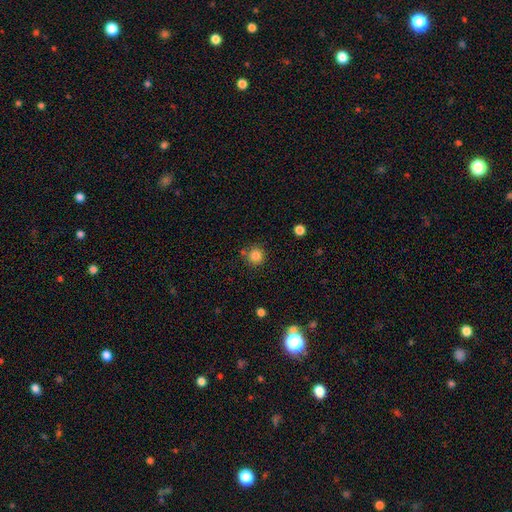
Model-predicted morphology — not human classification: This appears to be a smooth galaxy with no disk features (84%) that is round (94%). Merging: none (79%).